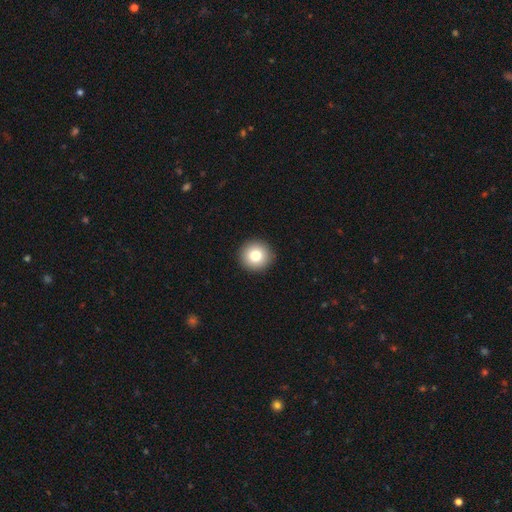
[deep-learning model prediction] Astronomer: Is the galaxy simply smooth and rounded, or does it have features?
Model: smooth — 80%.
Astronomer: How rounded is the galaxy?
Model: round — 95%.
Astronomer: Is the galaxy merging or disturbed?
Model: none — 93%.